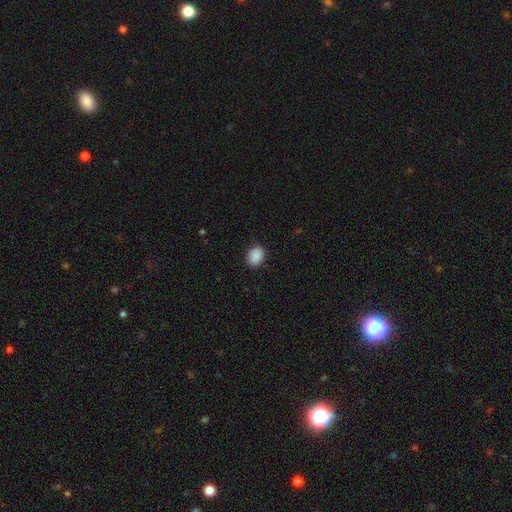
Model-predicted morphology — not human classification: A smooth galaxy with no disk features (90%) that is in between round and cigar-shaped (71%).

Vote fractions:
- Smooth or featured? smooth: 90% / star or artifact: 7% / featured or disk: 3%
- How rounded? in between: 71% / round: 28% / cigar-shaped: 1%
- Merging? none: 87% / minor disturbance: 10% / major disturbance: 2% / merger: 1%